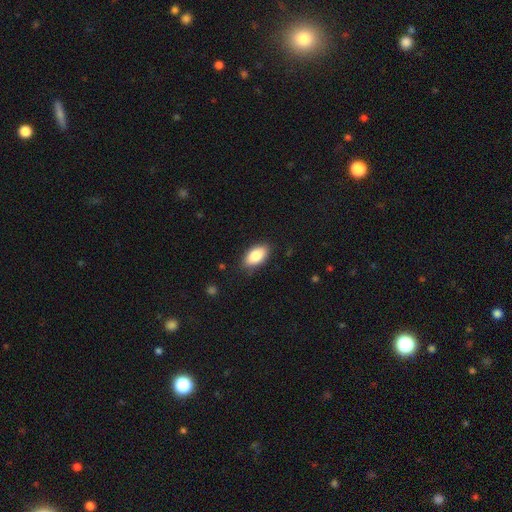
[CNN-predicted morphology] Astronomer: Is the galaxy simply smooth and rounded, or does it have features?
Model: smooth — 85%.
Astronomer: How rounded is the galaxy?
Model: in between — 93%.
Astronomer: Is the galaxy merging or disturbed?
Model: none — 85%.